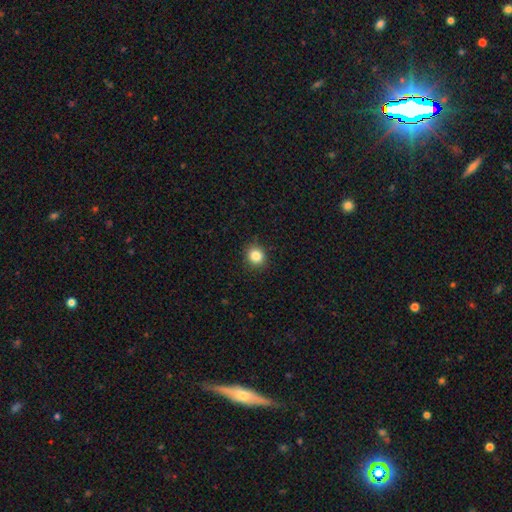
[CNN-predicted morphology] This is clearly a smooth galaxy (86%). How rounded: clearly round (84%). Merging: clearly none (89%).